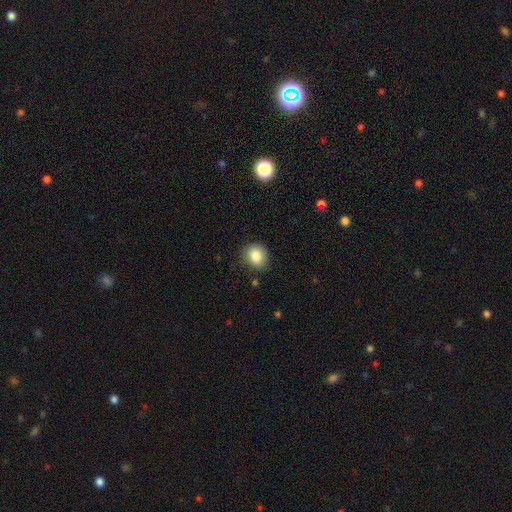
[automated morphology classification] Smooth or featured? Predicted: smooth (p=0.84). How rounded? Predicted: round (p=0.69). Merging? Predicted: none (p=0.79).